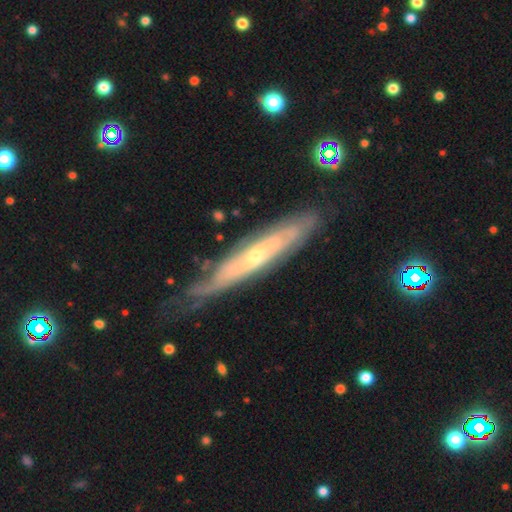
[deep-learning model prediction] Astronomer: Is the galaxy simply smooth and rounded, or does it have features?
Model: featured or disk — 80%.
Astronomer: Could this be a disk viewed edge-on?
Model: no — 54% (runner-up: yes, 46%).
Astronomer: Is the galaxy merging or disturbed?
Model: none — 66%.